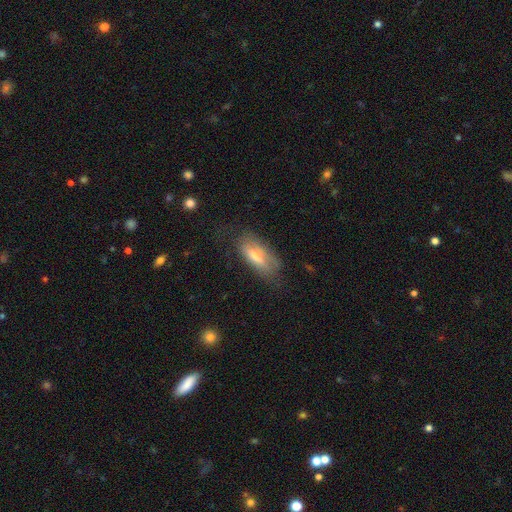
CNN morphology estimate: Q: Smooth or featured?
A: smooth (56%); runner-up: featured or disk (36%)
Q: How rounded?
A: in between (72%); runner-up: cigar-shaped (25%)
Q: Merging?
A: none (60%); runner-up: minor disturbance (26%)